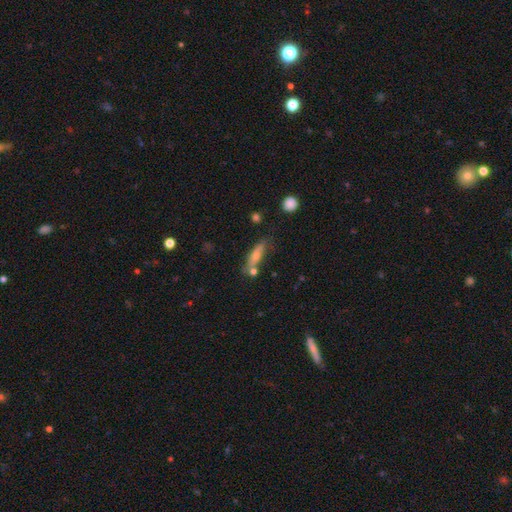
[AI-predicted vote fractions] A smooth galaxy with no disk features (63%) that is cigar-shaped (55%). Merging: none (57%).